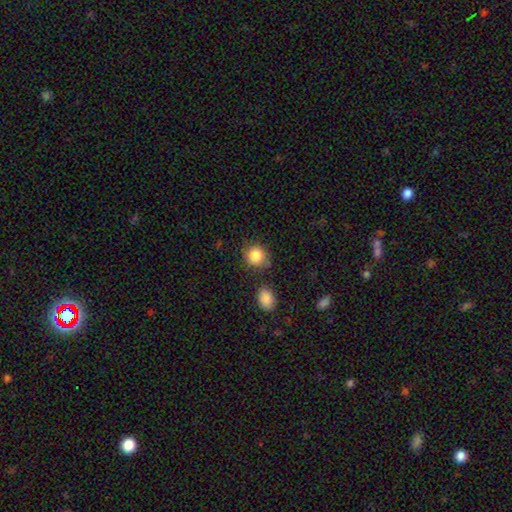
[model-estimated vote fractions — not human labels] The model was most divided on "merging": none: 78%, minor disturbance: 12%, merger: 6%, major disturbance: 4%. More confident: how rounded — round (87%); smooth or featured — smooth (86%).